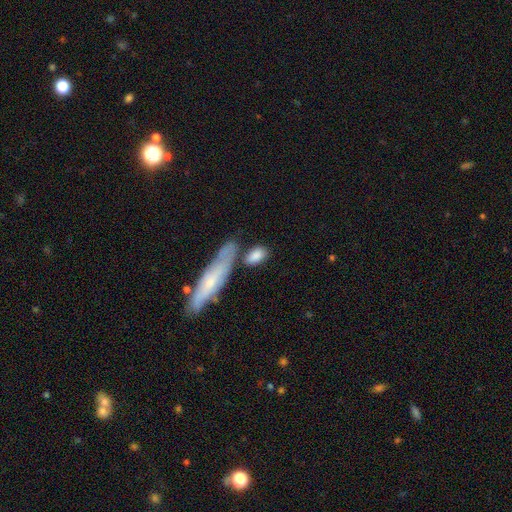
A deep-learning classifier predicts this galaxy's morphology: This is clearly a smooth galaxy (82%). How rounded: likely in between (79%). Merging: possibly none (60%).